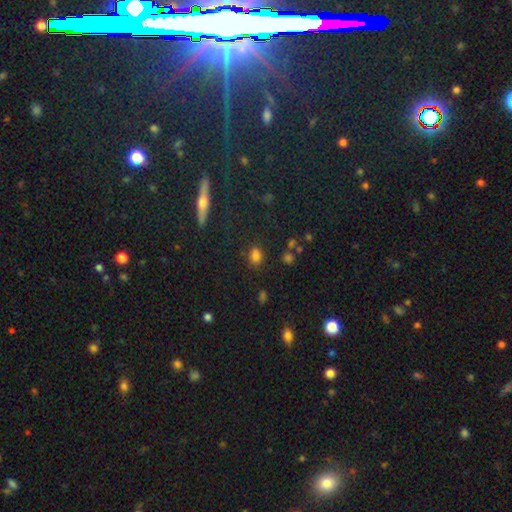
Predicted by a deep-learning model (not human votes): smooth-or-featured: smooth: 75% | star or artifact: 18% | featured or disk: 8%
  how-rounded: in between: 54% | round: 44% | cigar-shaped: 3%
  merging: none: 76% | minor disturbance: 13% | merger: 6% | major disturbance: 4%